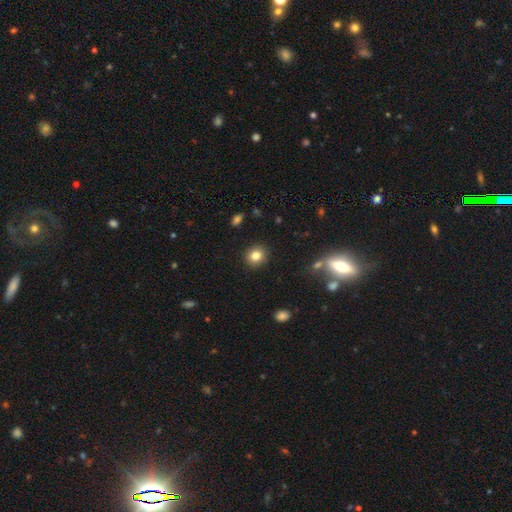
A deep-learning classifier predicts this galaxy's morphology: smooth_or_featured: smooth (p=0.82) [alt: star or artifact p=0.11]
how_rounded: round (p=0.81) [alt: in between p=0.18]
merging: none (p=0.90) [alt: minor disturbance p=0.06]